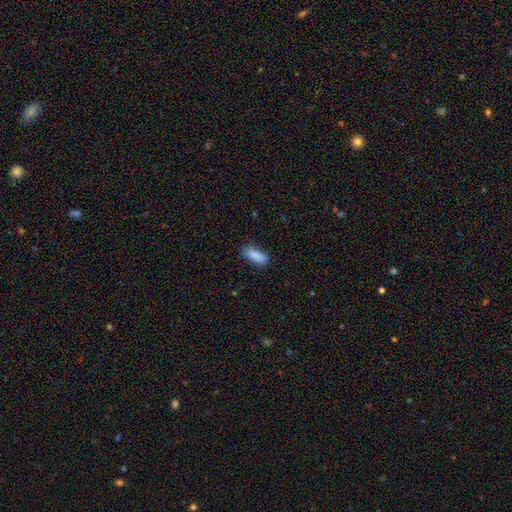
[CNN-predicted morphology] type=smooth (89%); roundness=in between (73%); merging=none (80%).